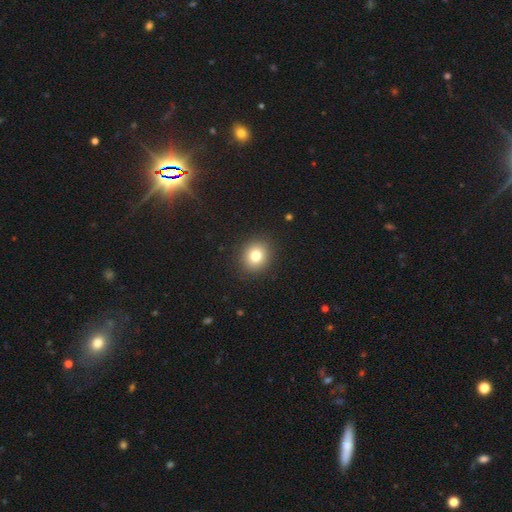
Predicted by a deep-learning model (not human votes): Overall: smooth (80%). How rounded: round (77%). Merging: none (91%).